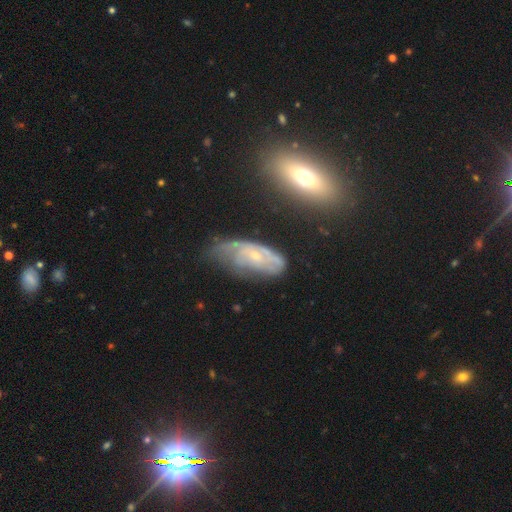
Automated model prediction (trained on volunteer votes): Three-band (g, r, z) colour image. It shows a featured or disk galaxy (71%) with no bar (75%), spiral arms (77%) and a small central bulge (72%). Merging: none (38%).